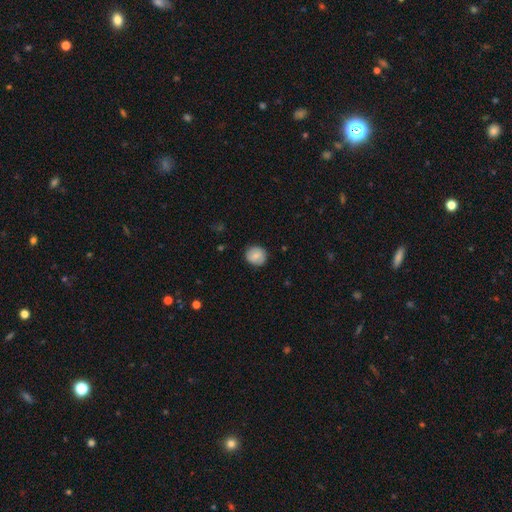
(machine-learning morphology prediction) Q: Smooth or featured?
A: smooth (79%); runner-up: featured or disk (13%)
Q: How rounded?
A: round (89%); runner-up: in between (10%)
Q: Merging?
A: none (86%); runner-up: minor disturbance (10%)